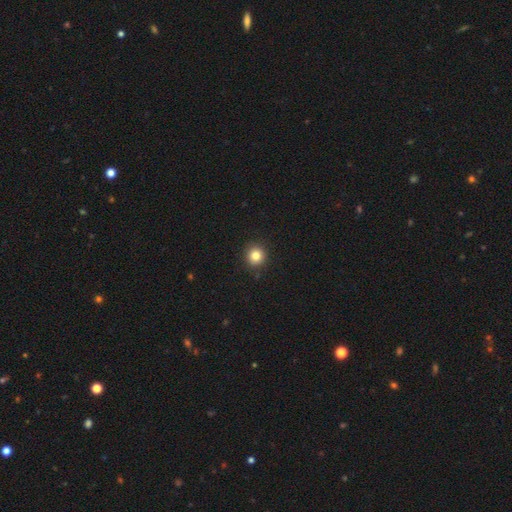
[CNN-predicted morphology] A smooth galaxy with no disk features (83%) that is round (93%).

Vote fractions:
- Smooth or featured? smooth: 83% / star or artifact: 11% / featured or disk: 6%
- How rounded? round: 93% / in between: 6% / cigar-shaped: 1%
- Merging? none: 91% / minor disturbance: 6% / major disturbance: 2% / merger: 1%